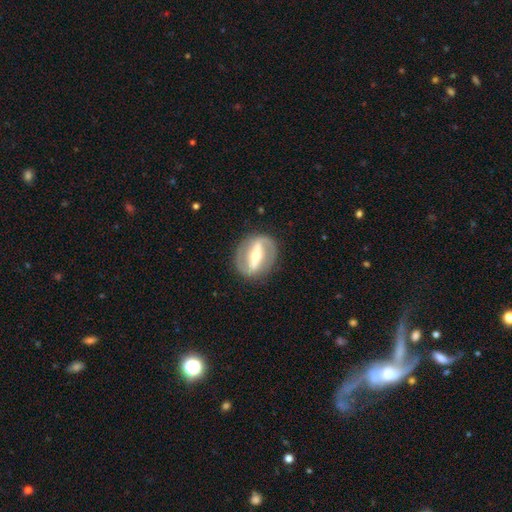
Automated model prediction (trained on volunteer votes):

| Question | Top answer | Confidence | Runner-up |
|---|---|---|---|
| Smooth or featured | featured or disk | 81% | smooth (15%) |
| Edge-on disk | no | 88% | yes (12%) |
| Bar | strong | 79% | weak (14%) |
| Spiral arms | yes | 62% | no (38%) |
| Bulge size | moderate | 61% | small (27%) |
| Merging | none | 85% | minor disturbance (10%) |